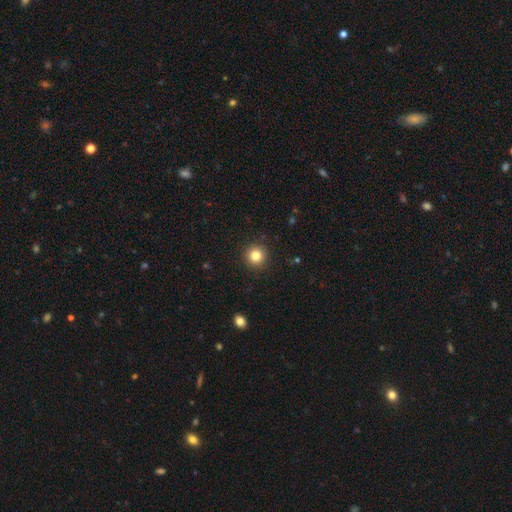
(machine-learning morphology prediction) smooth 82%, star or artifact 11%, featured or disk 6%. Down the decision tree: how rounded — round (95%); merging — none (92%).